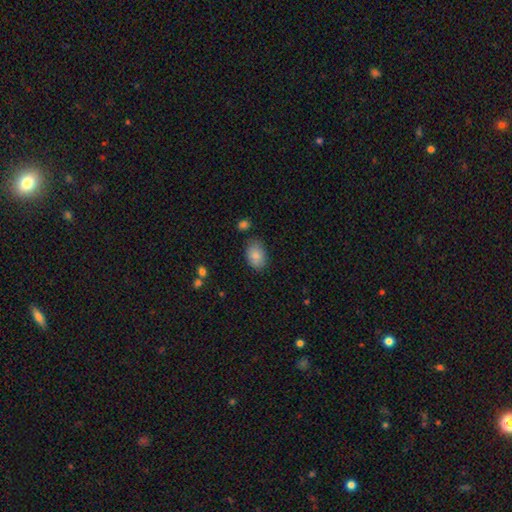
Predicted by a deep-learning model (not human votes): A smooth galaxy with no disk features (86%) that is in between round and cigar-shaped (85%). Merging: none (78%).